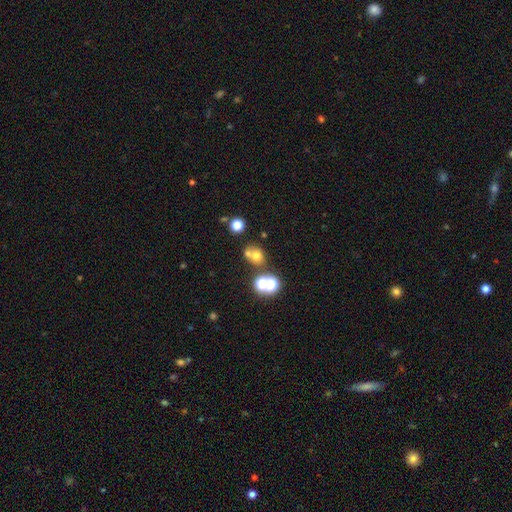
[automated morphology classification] smooth 63%, star or artifact 21%, featured or disk 16%. Down the decision tree: how rounded — round (74%); merging — none (48%).